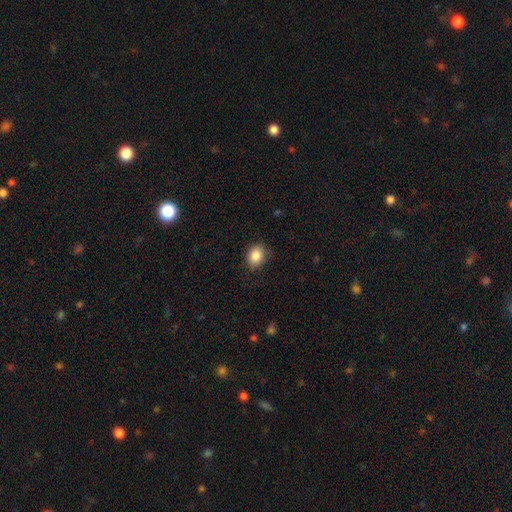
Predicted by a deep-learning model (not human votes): Overall: smooth (87%). How rounded: in between (54%; round 45%). Merging: none (83%).